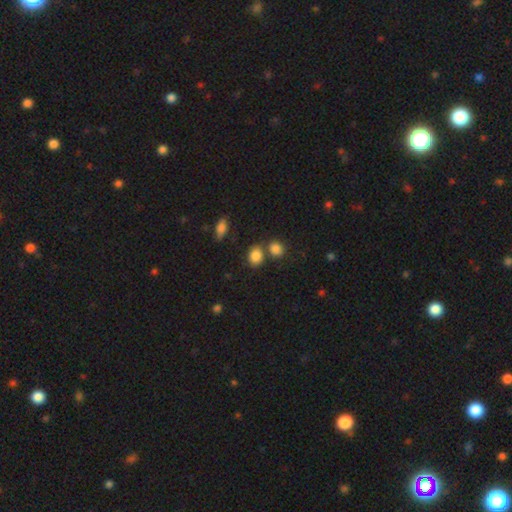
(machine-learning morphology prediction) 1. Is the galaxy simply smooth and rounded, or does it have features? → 84% smooth, 10% star or artifact, 5% featured or disk.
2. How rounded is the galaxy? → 55% round, 43% in between, 1% cigar-shaped.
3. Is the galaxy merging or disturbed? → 61% none, 24% merger, 12% minor disturbance, 4% major disturbance.